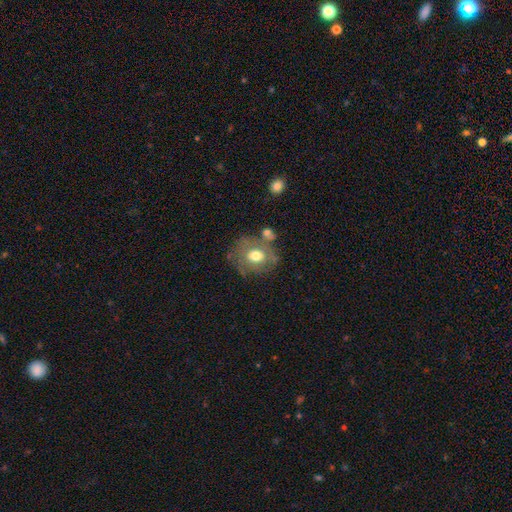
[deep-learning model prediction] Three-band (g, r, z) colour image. It shows a smooth galaxy with no disk features (59%) that is round (60%). Merging: none (57%).